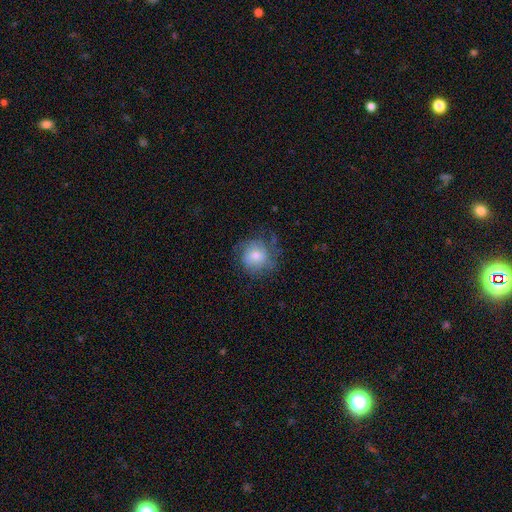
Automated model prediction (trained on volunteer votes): Q: Smooth or featured?
A: smooth (62%); runner-up: featured or disk (30%)
Q: How rounded?
A: round (84%); runner-up: in between (15%)
Q: Merging?
A: none (57%); runner-up: minor disturbance (25%)